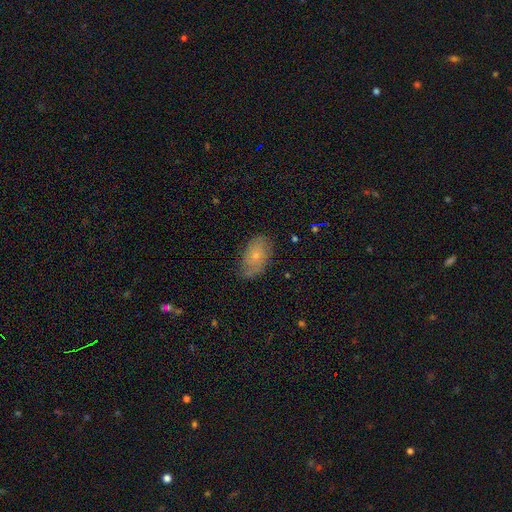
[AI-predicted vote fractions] A smooth galaxy with no disk features (63%) that is in between round and cigar-shaped (91%).

Vote fractions:
- Smooth or featured? smooth: 63% / featured or disk: 29% / star or artifact: 8%
- How rounded? in between: 91% / round: 7% / cigar-shaped: 2%
- Merging? none: 71% / minor disturbance: 22% / major disturbance: 5% / merger: 1%